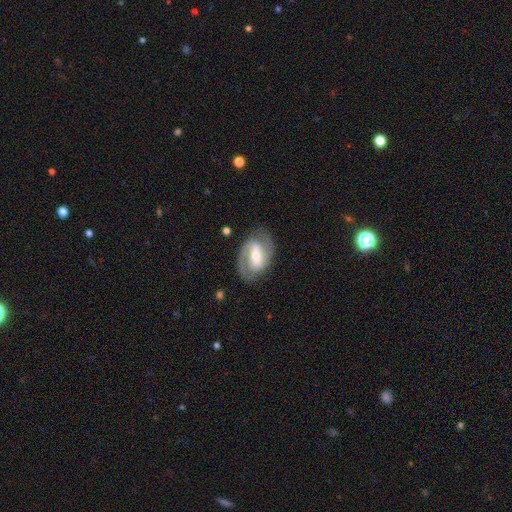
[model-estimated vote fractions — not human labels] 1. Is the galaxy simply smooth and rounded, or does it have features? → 84% featured or disk, 11% smooth, 5% star or artifact.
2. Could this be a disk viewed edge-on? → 96% no, 4% yes.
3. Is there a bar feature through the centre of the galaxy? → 46% strong, 36% weak, 18% no.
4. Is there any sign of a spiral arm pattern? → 92% yes, 8% no.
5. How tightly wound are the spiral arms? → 49% medium, 37% tight, 14% loose.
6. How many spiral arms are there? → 85% 2, 6% can't tell, 5% 1, 2% 3, 1% 4, 1% more than 4.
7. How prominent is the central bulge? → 55% moderate, 39% small, 4% large, 1% none, 1% dominant.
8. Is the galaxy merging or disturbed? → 78% none, 14% minor disturbance, 6% major disturbance, 2% merger.